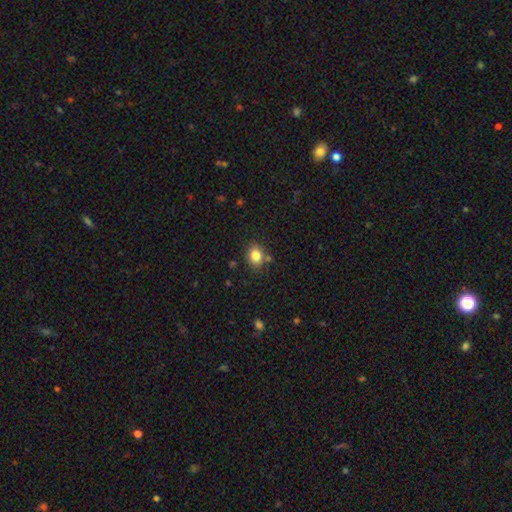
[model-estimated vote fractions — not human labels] smooth_or_featured: smooth (p=0.82) [alt: star or artifact p=0.11]
how_rounded: round (p=0.54) [alt: in between p=0.45]
merging: none (p=0.79) [alt: minor disturbance p=0.11]